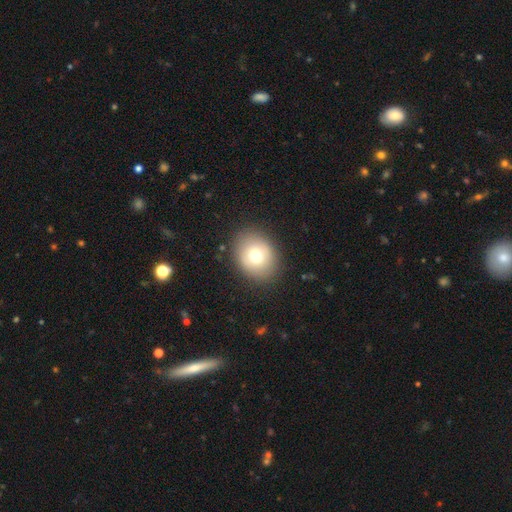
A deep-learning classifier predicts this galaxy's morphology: A smooth galaxy with no disk features (74%) that is round (51%). Merging: none (86%).